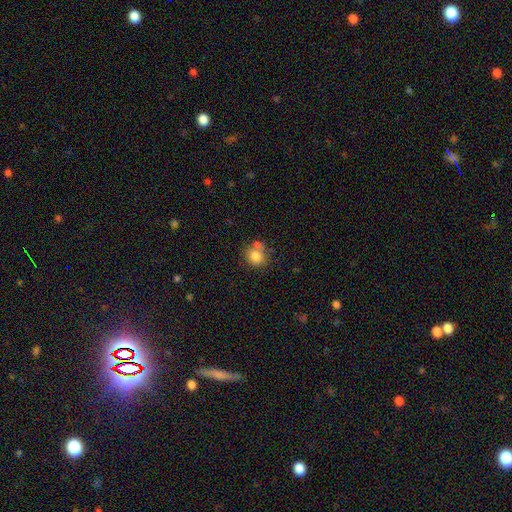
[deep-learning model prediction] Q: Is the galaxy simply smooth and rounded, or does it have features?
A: smooth — 80%.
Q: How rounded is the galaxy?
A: round — 76%.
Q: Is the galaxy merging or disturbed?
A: none — 54%.